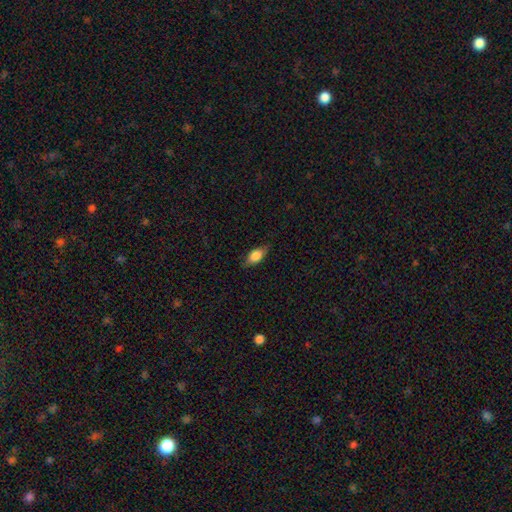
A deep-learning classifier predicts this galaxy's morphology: A smooth galaxy with no disk features (74%) that is in between round and cigar-shaped (83%).

Vote fractions:
- Smooth or featured? smooth: 74% / featured or disk: 18% / star or artifact: 8%
- How rounded? in between: 83% / cigar-shaped: 11% / round: 6%
- Merging? none: 76% / minor disturbance: 18% / major disturbance: 4% / merger: 1%